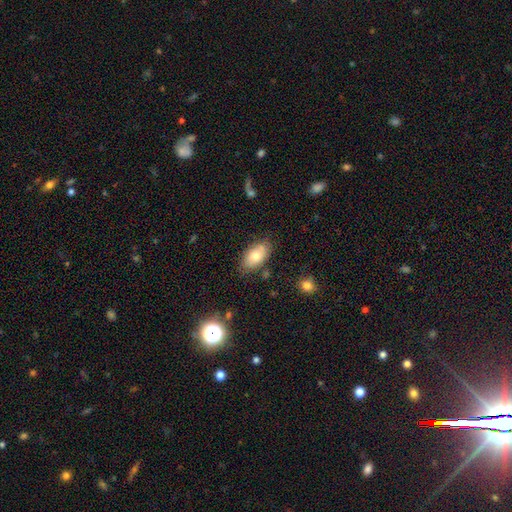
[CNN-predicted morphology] smooth-or-featured: smooth: 72% | featured or disk: 20% | star or artifact: 8%
  how-rounded: in between: 93% | round: 5% | cigar-shaped: 3%
  merging: none: 77% | minor disturbance: 16% | major disturbance: 3% | merger: 3%